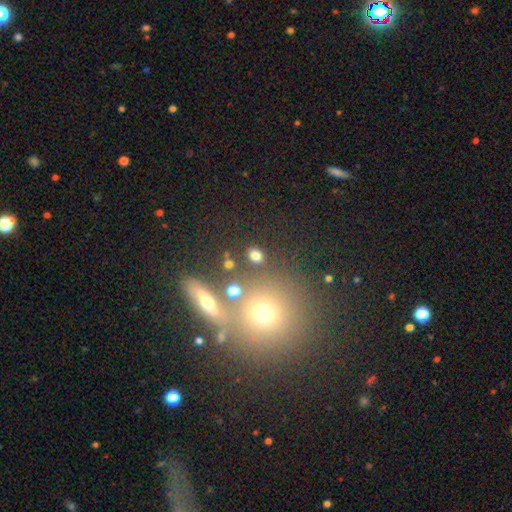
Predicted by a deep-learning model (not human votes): This is likely a smooth galaxy (77%). How rounded: possibly in between (49%). Merging: likely none (80%).